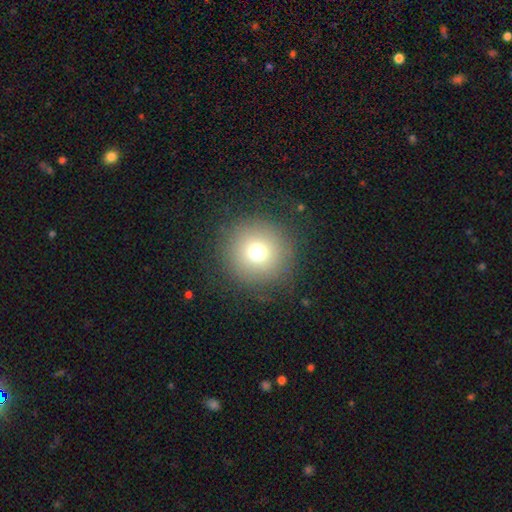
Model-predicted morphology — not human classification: type=smooth (72%); roundness=round (96%); merging=none (89%).